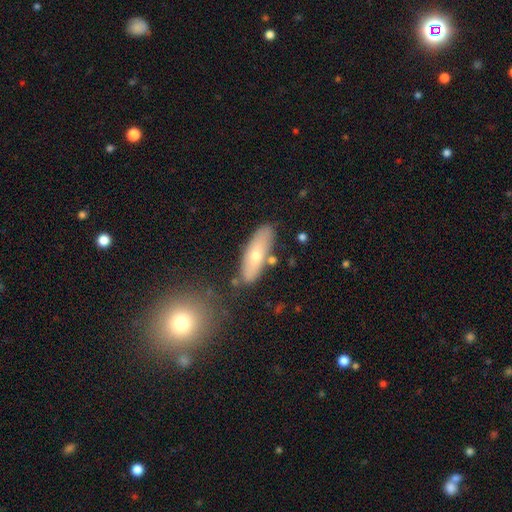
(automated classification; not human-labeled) This appears to be a smooth galaxy with no disk features (62%) that is in between round and cigar-shaped (54%). Merging: none (75%).